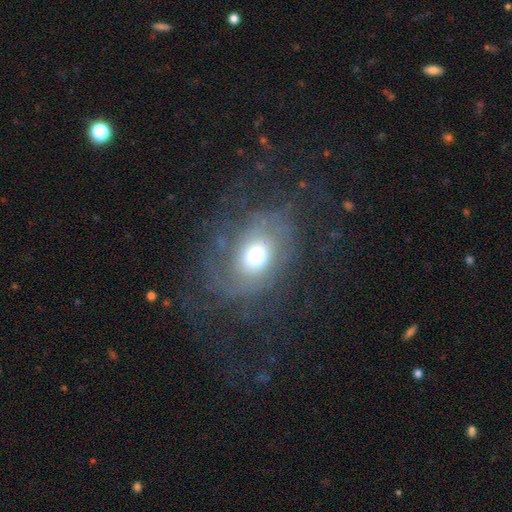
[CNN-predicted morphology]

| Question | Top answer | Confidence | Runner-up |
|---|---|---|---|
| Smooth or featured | featured or disk | 65% | smooth (25%) |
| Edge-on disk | no | 96% | yes (4%) |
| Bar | no | 77% | weak (18%) |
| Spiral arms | yes | 78% | no (22%) |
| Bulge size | moderate | 55% | large (33%) |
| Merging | none | 57% | major disturbance (22%) |